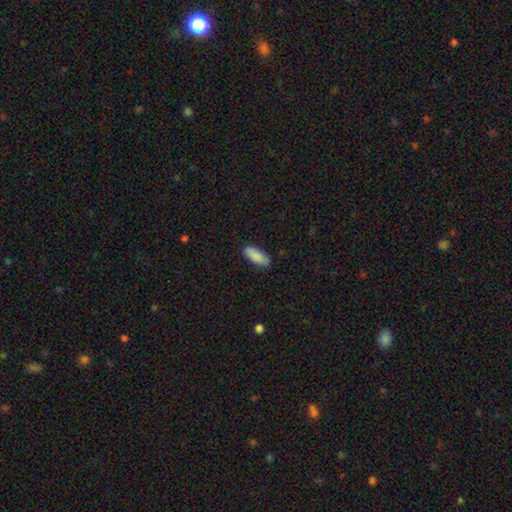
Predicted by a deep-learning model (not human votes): smooth 88%, featured or disk 6%, star or artifact 6%. Down the decision tree: how rounded — in between (68%); merging — none (86%).